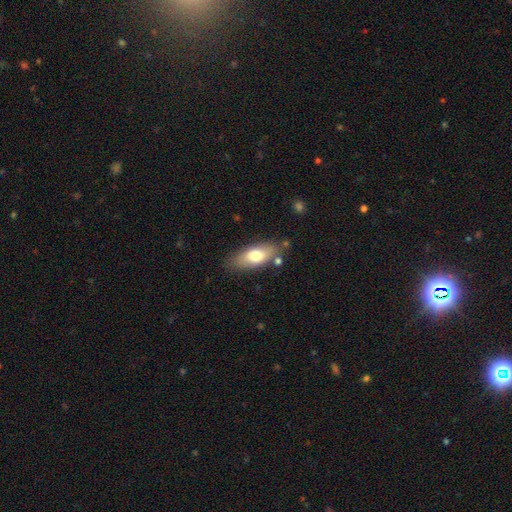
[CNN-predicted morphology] The model was most divided on "smooth or featured": smooth: 72%, featured or disk: 22%, star or artifact: 6%. More confident: how rounded — in between (81%); merging — none (78%).